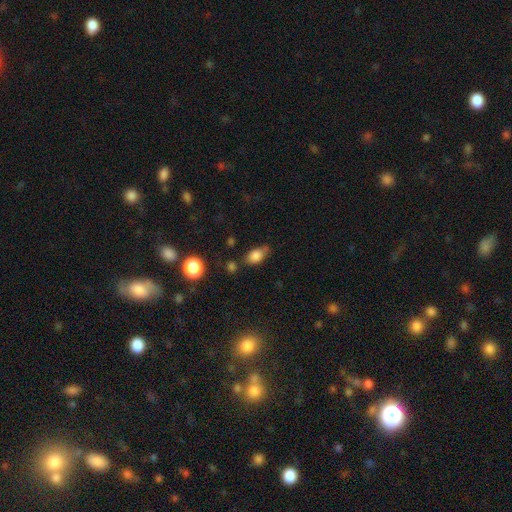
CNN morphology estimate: smooth 82%, star or artifact 10%, featured or disk 8%. Down the decision tree: how rounded — in between (83%); merging — none (62%).